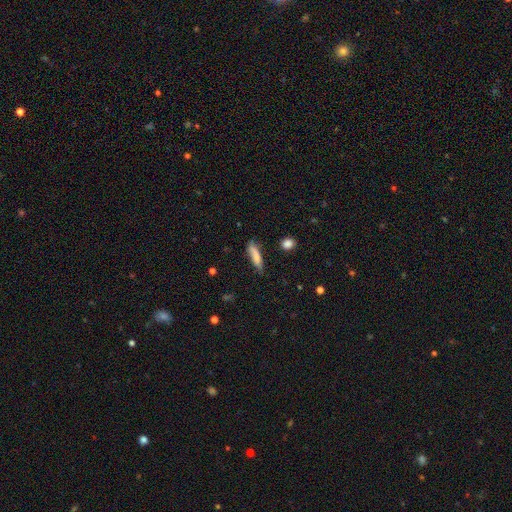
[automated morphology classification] A smooth galaxy with no disk features (80%) that is cigar-shaped (75%). Merging: none (71%).